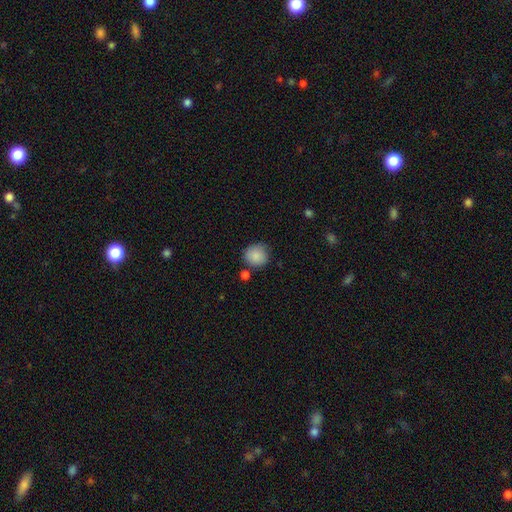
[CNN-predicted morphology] type=smooth (87%); roundness=round (91%); merging=none (74%).